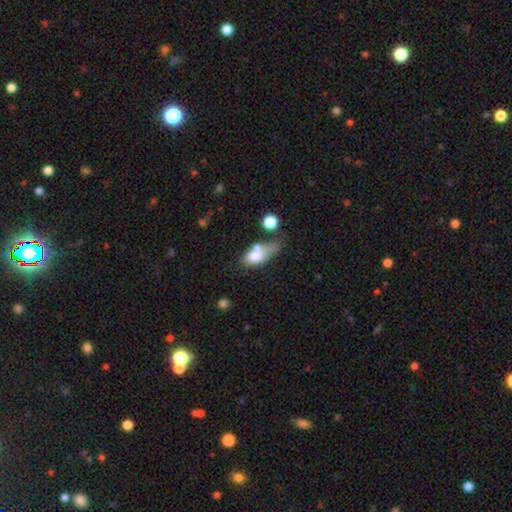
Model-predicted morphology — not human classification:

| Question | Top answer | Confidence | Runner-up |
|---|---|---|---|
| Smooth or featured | smooth | 72% | featured or disk (18%) |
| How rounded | in between | 79% | cigar-shaped (13%) |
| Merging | none | 28% | tied: merger (28%) |